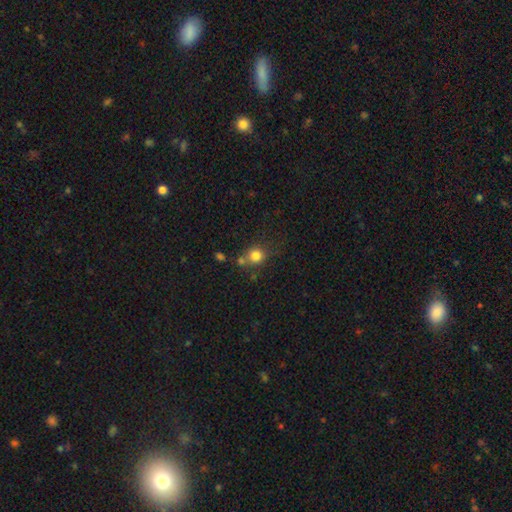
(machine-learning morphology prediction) type=smooth (80%); roundness=round (85%); merging=none (61%).